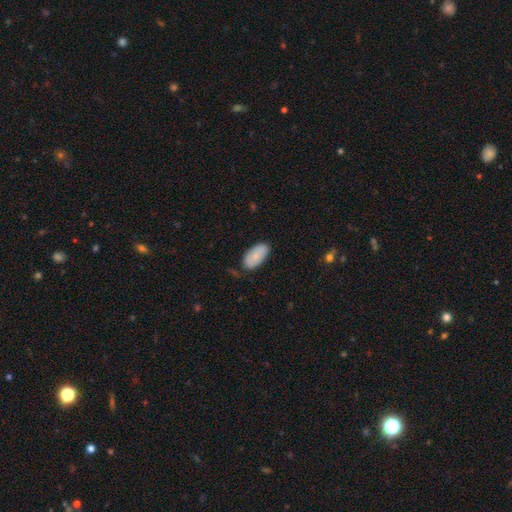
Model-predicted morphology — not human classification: This is likely a smooth galaxy (78%). How rounded: clearly in between (95%). Merging: likely none (75%).